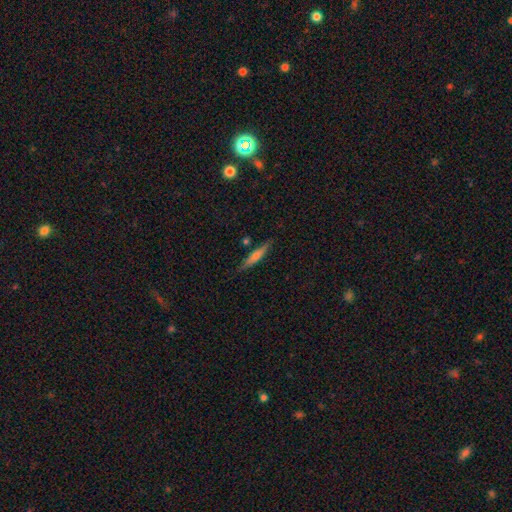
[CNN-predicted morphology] Smooth or featured?
  - smooth: 52% *
  - featured or disk: 41%
  - star or artifact: 7%
How rounded?
  - cigar-shaped: 91% *
  - in between: 7%
  - round: 2%
Merging?
  - none: 84% *
  - minor disturbance: 11%
  - merger: 3%
  - major disturbance: 2%